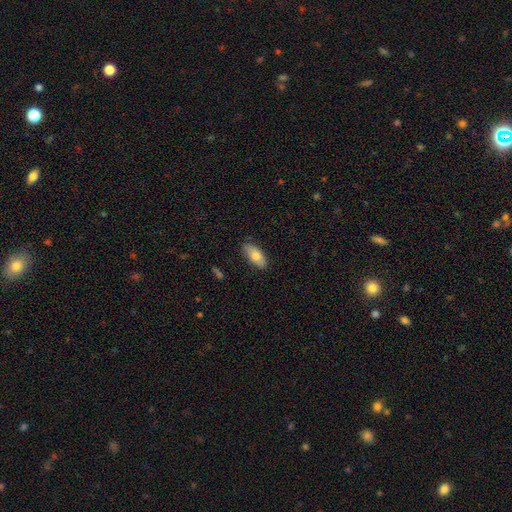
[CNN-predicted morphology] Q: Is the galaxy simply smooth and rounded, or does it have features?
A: smooth — 79%.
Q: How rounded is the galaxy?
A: in between — 85%.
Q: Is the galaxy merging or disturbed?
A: none — 86%.